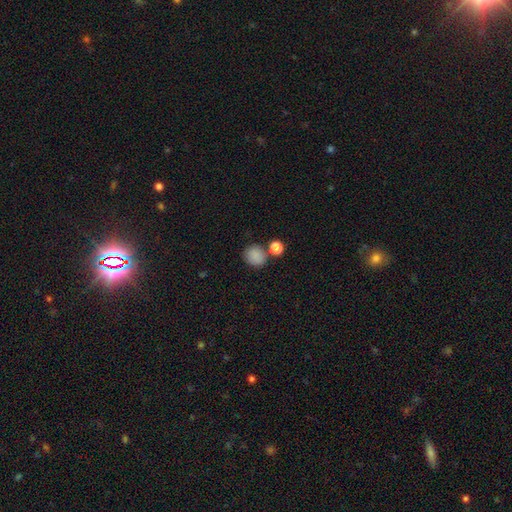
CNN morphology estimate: smooth 85%, star or artifact 11%, featured or disk 5%. Down the decision tree: how rounded — round (72%); merging — none (71%).